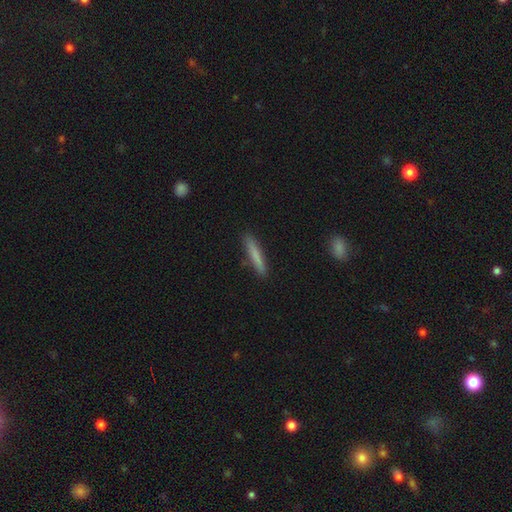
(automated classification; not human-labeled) Morphology: type=smooth (77%); roundness=cigar-shaped (93%); merging=none (89%).